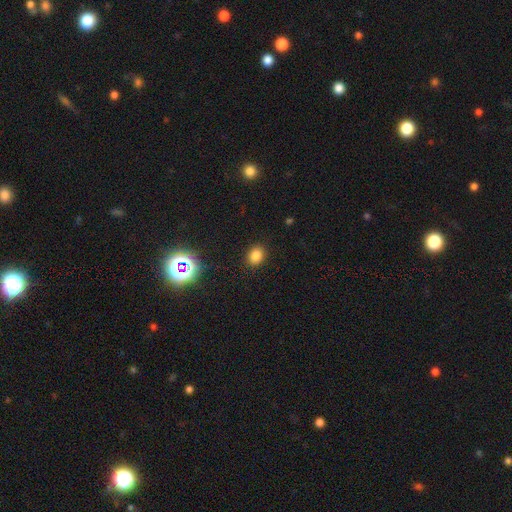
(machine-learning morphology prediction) smooth-or-featured: smooth: 80% | star or artifact: 15% | featured or disk: 5%
  how-rounded: in between: 54% | round: 45% | cigar-shaped: 1%
  merging: none: 88% | minor disturbance: 8% | major disturbance: 3% | merger: 1%